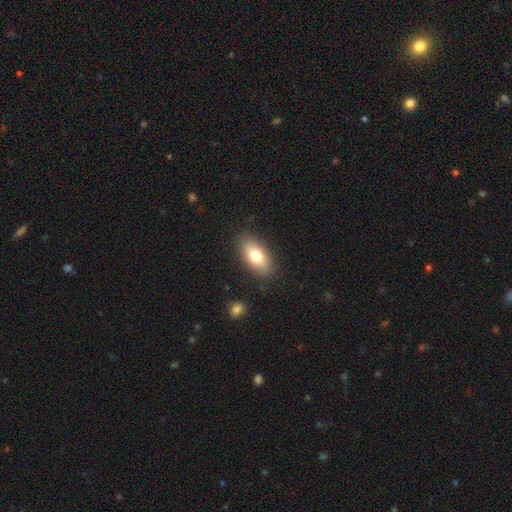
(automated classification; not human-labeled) A smooth galaxy with no disk features (75%) that is in between round and cigar-shaped (88%).

Vote fractions:
- Smooth or featured? smooth: 75% / featured or disk: 18% / star or artifact: 7%
- How rounded? in between: 88% / cigar-shaped: 8% / round: 4%
- Merging? none: 86% / minor disturbance: 10% / major disturbance: 3% / merger: 2%